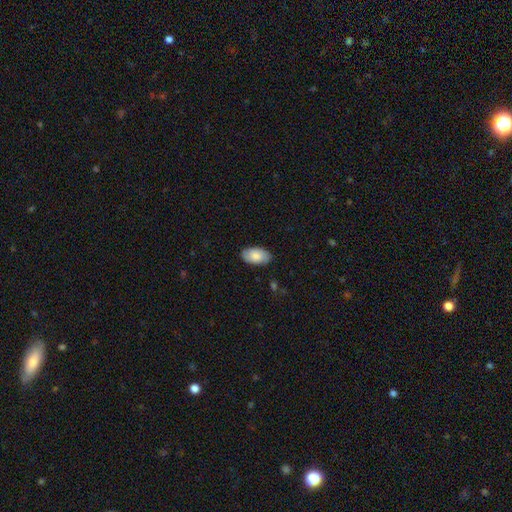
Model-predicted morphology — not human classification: A smooth galaxy with no disk features (80%) that is in between round and cigar-shaped (95%). Merging: none (85%).